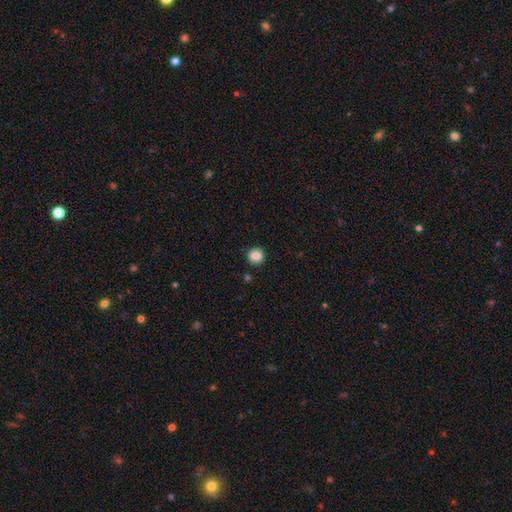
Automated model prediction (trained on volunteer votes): Smooth or featured? Predicted: smooth (p=0.84). How rounded? Predicted: round (p=0.88). Merging? Predicted: none (p=0.90).